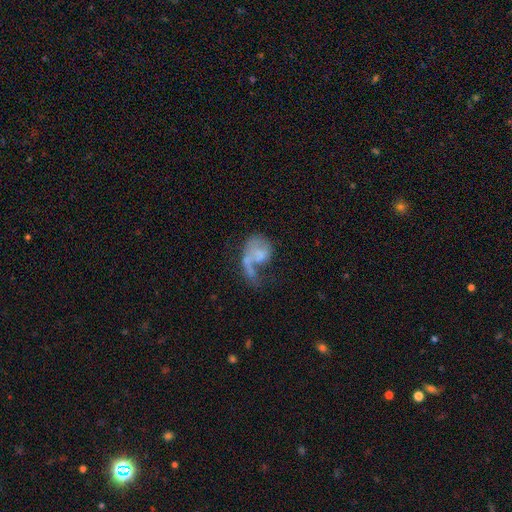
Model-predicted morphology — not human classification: Smooth or featured?
  - featured or disk: 55% *
  - smooth: 35%
  - star or artifact: 10%
Edge-on disk?
  - no: 97% *
  - yes: 3%
Bar?
  - no: 79% *
  - weak: 17%
  - strong: 4%
Spiral arms?
  - no: 53% *
  - yes: 47%
Bulge size?
  - none: 47% *
  - small: 26%
  - moderate: 19%
  - large: 5%
  - dominant: 2%
Merging?
  - major disturbance: 43% *
  - merger: 25%
  - none: 20%
  - minor disturbance: 12%